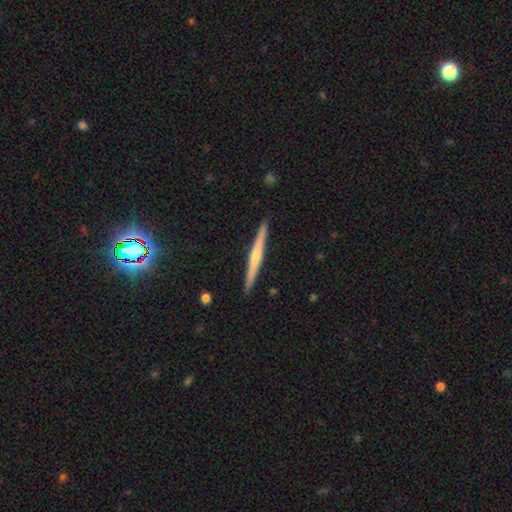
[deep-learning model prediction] Smooth or featured?
  - featured or disk: 59% *
  - smooth: 35%
  - star or artifact: 5%
Edge-on disk?
  - yes: 98% *
  - no: 2%
Edge-on bulge?
  - rounded: 51% *
  - none: 39%
  - boxy: 10%
Merging?
  - none: 91% *
  - minor disturbance: 6%
  - major disturbance: 1%
  - merger: 1%